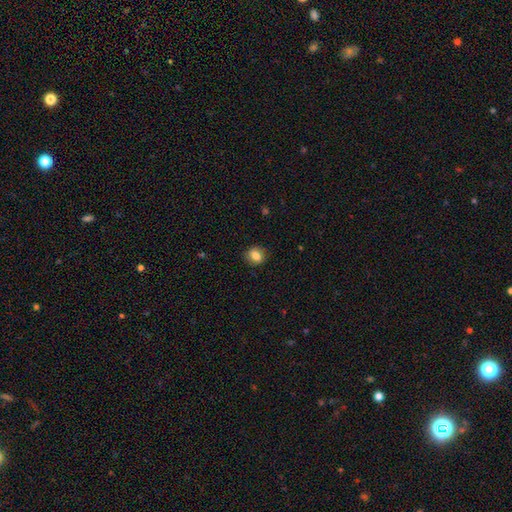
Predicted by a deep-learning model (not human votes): Smooth or featured? Predicted: smooth (p=0.80). How rounded? Predicted: round (p=0.63). Merging? Predicted: none (p=0.86).